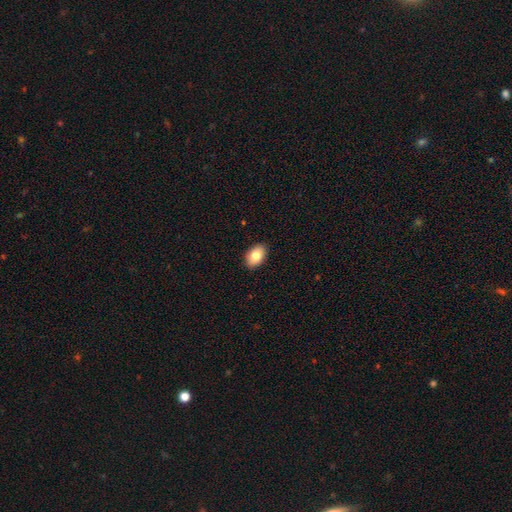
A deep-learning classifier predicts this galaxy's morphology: This is clearly a smooth galaxy (82%). How rounded: clearly in between (90%). Merging: clearly none (90%).